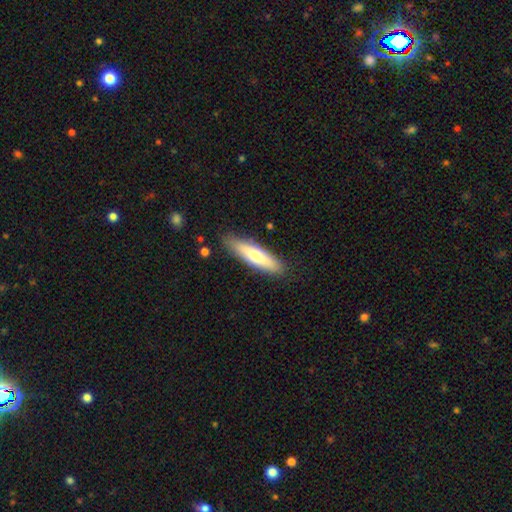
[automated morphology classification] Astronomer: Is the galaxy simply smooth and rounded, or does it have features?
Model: smooth — 67%.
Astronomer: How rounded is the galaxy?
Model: cigar-shaped — 68%.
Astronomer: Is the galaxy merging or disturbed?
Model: none — 86%.